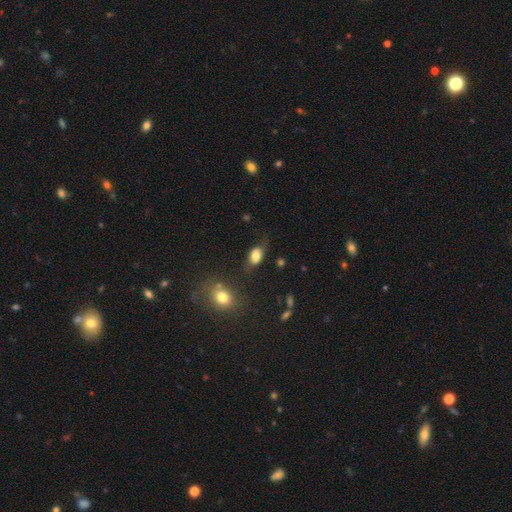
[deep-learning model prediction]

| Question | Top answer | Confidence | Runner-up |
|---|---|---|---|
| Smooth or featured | smooth | 78% | featured or disk (14%) |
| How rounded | in between | 86% | round (11%) |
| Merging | none | 58% | minor disturbance (27%) |